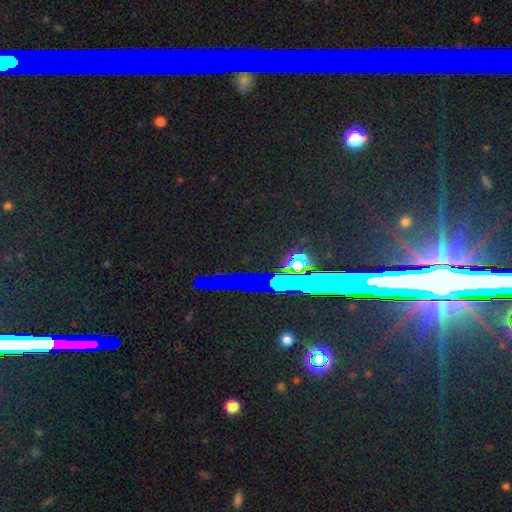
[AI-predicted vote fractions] Smooth or featured? Predicted: star or artifact (p=0.78).